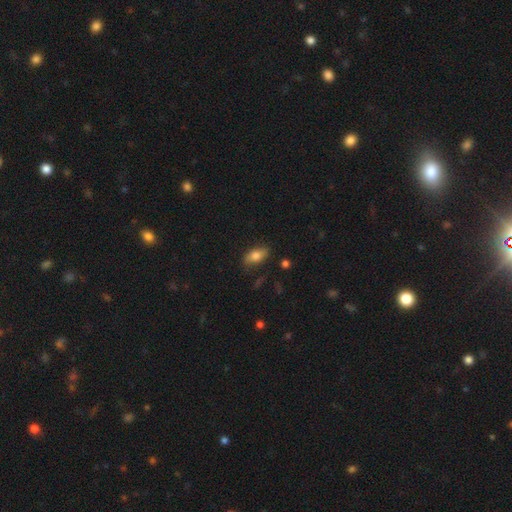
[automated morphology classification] smooth-or-featured: smooth: 74% | featured or disk: 18% | star or artifact: 8%
  how-rounded: in between: 87% | cigar-shaped: 8% | round: 6%
  merging: none: 77% | minor disturbance: 18% | major disturbance: 4% | merger: 2%